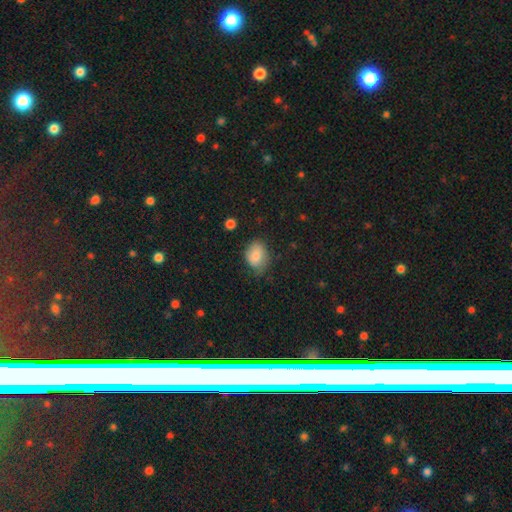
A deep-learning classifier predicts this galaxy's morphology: This is likely a smooth galaxy (79%). How rounded: likely in between (62%). Merging: likely none (61%).